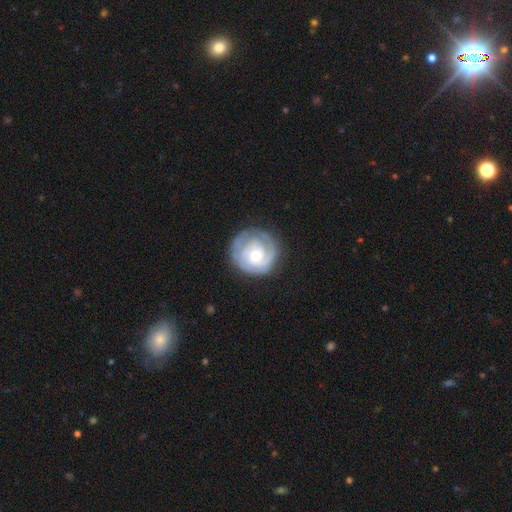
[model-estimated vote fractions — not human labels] Overall: featured or disk (74%). Edge-on disk: no (98%). Bar: no (73%). Spiral arms: yes (88%). Spiral arm count: can't tell (36%; 2 30%). Spiral winding: tight (69%). Bulge size: moderate (50%; small 40%). Merging: none (74%).